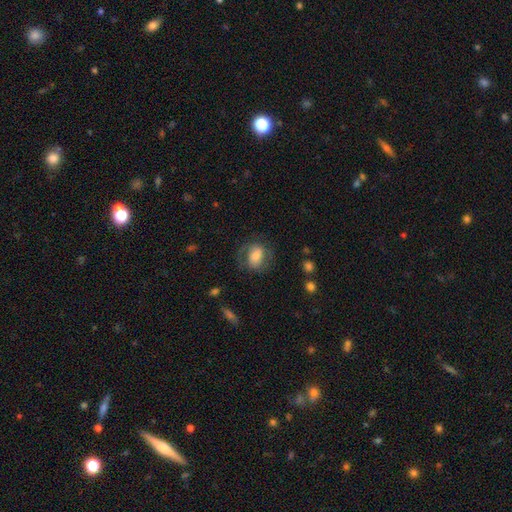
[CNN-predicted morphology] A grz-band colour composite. It shows a smooth galaxy with no disk features (53%) that is in between round and cigar-shaped (62%). Merging: none (65%).